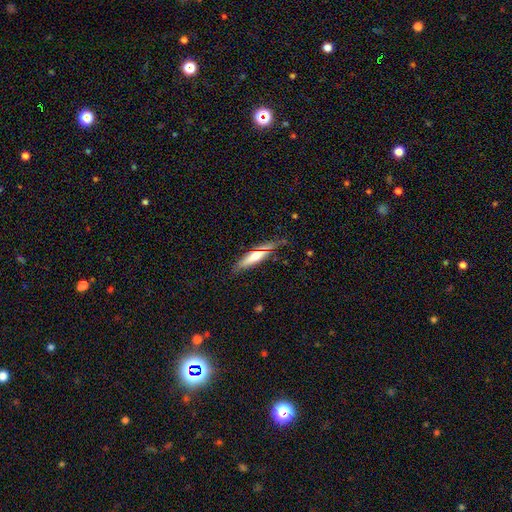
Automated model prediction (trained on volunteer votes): A smooth galaxy with no disk features (58%) that is cigar-shaped (76%).

Vote fractions:
- Smooth or featured? smooth: 58% / featured or disk: 32% / star or artifact: 10%
- How rounded? cigar-shaped: 76% / in between: 21% / round: 2%
- Merging? none: 80% / minor disturbance: 15% / major disturbance: 3% / merger: 2%